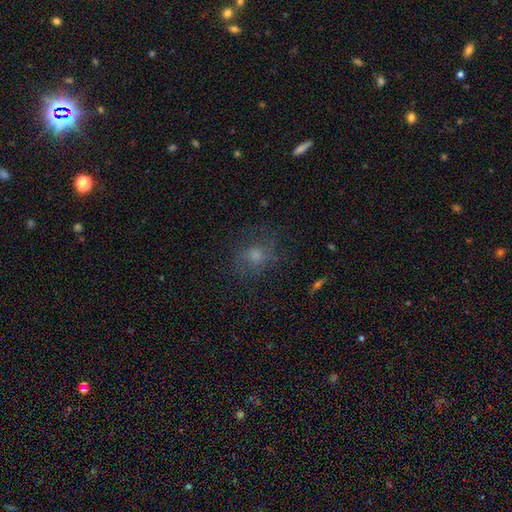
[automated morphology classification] A smooth galaxy with no disk features (52%) that is round (67%). Merging: none (66%).